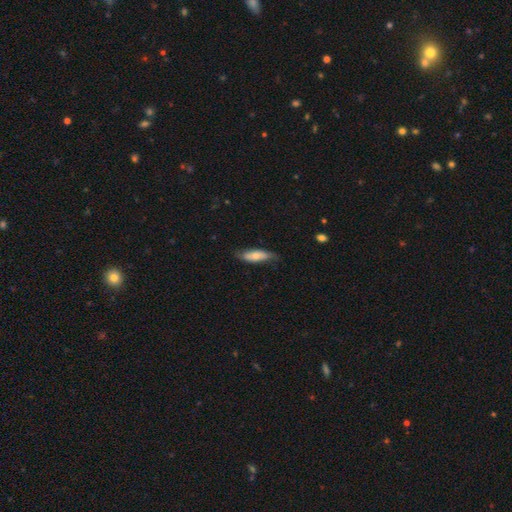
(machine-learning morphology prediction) The model was most divided on "how rounded": in between: 56%, cigar-shaped: 42%, round: 2%. More confident: merging — none (71%); smooth or featured — smooth (66%).